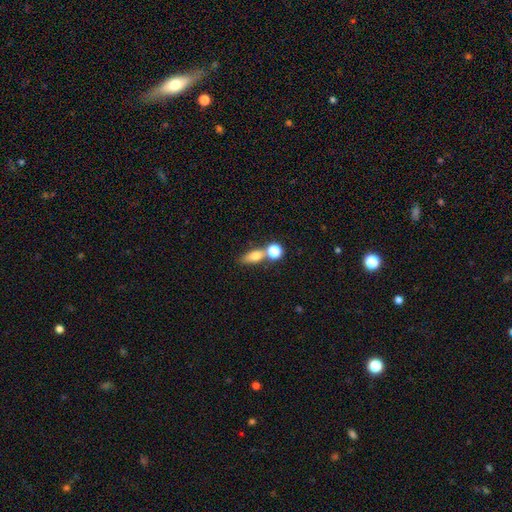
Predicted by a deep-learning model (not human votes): A smooth galaxy with no disk features (69%) that is in between round and cigar-shaped (55%). Merging: none (47%).